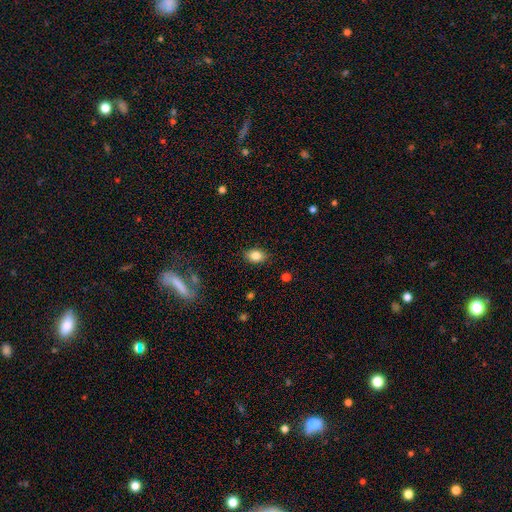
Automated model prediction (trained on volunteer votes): Smooth or featured? smooth (83%)
How rounded? in between (81%)
Merging? none (86%)